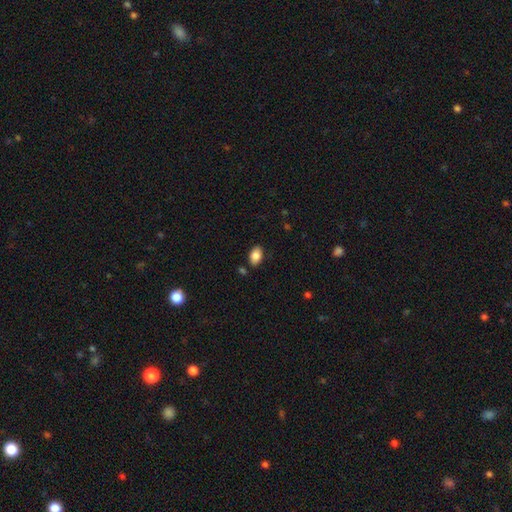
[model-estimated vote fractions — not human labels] Overall: smooth (85%). How rounded: in between (90%). Merging: none (84%).